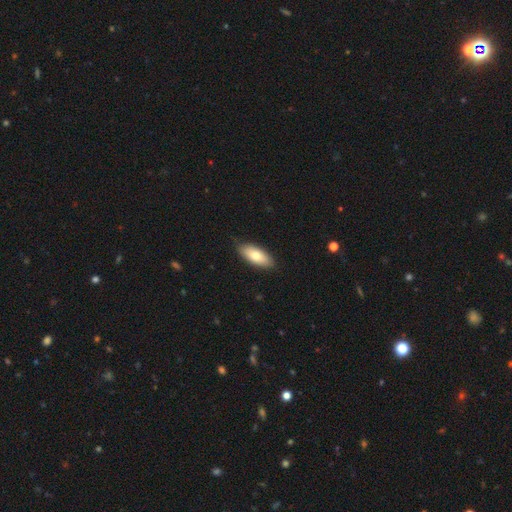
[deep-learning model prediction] This is likely a smooth galaxy (76%). How rounded: clearly in between (83%). Merging: clearly none (86%).